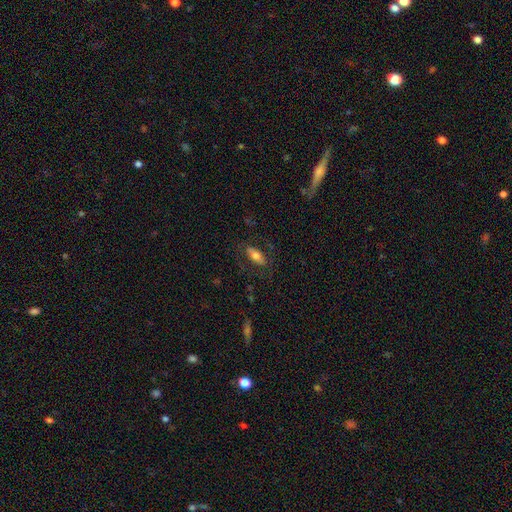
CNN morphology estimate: A smooth galaxy with no disk features (66%) that is in between round and cigar-shaped (82%). Merging: none (76%).